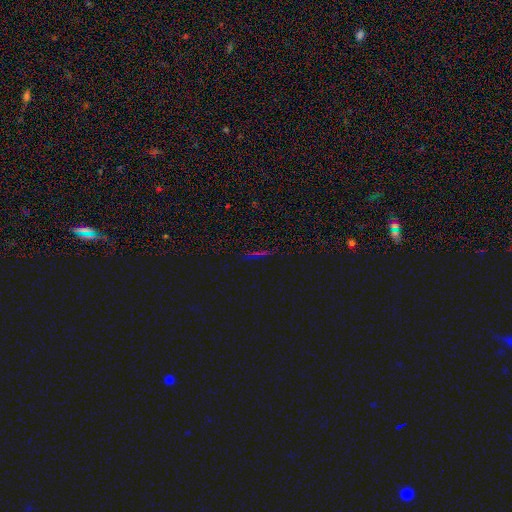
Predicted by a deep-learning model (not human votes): This appears to be a star or artifact, not a galaxy (65%).